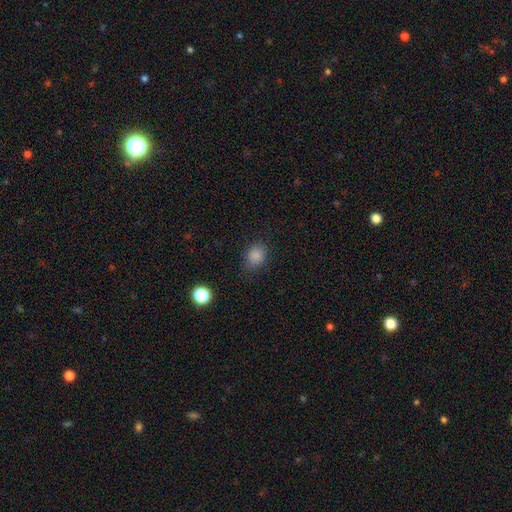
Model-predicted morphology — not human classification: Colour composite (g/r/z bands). It shows a smooth galaxy with no disk features (84%) that is round (59%). Merging: none (79%).